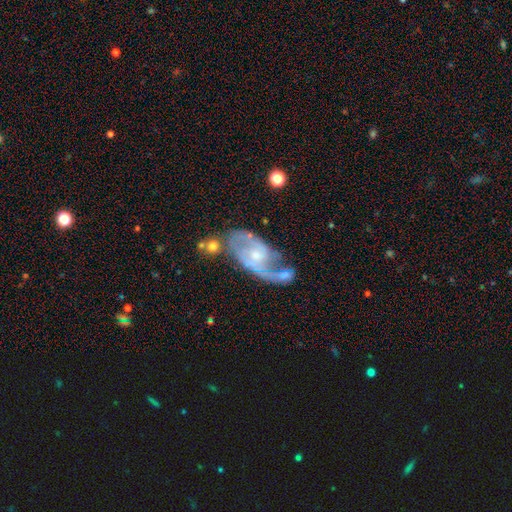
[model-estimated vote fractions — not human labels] Smooth or featured?
  - featured or disk: 85% *
  - smooth: 9%
  - star or artifact: 6%
Edge-on disk?
  - no: 96% *
  - yes: 4%
Bar?
  - no: 57% *
  - weak: 35%
  - strong: 8%
Spiral arms?
  - yes: 93% *
  - no: 7%
Spiral winding?
  - medium: 48% *
  - loose: 29%
  - tight: 24%
Spiral arm count?
  - 2: 75% *
  - 1: 10%
  - can't tell: 9%
  - 3: 3%
  - 4: 1%
  - more than 4: 1%
Bulge size?
  - small: 59% *
  - moderate: 33%
  - none: 4%
  - large: 2%
  - dominant: 1%
Merging?
  - none: 43% *
  - minor disturbance: 21%
  - major disturbance: 19%
  - merger: 17%